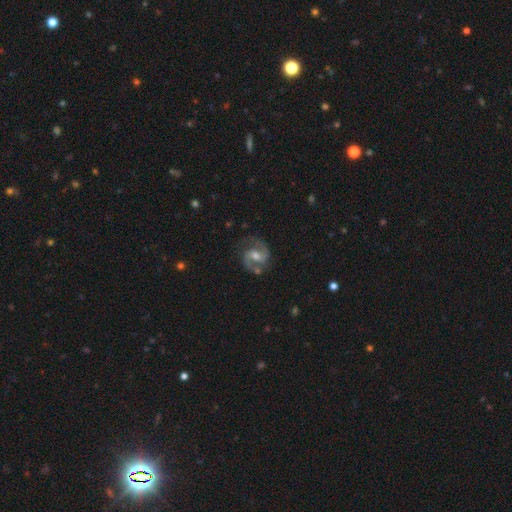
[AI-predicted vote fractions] This appears to be a featured or disk galaxy (89%) with a weak bar (50%), 2 (93%) medium (64%) spiral arms (98%) and a moderate central bulge (61%). Merging: none (76%).